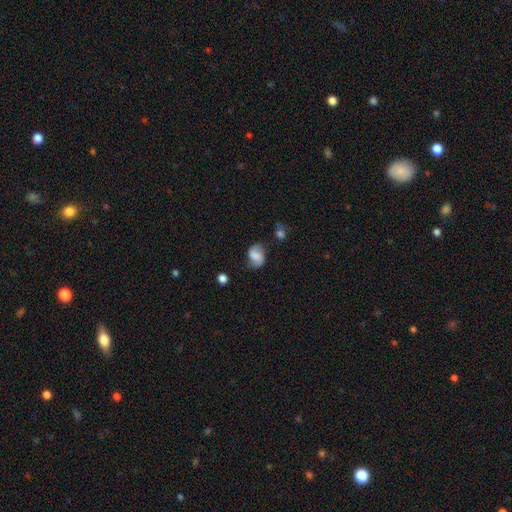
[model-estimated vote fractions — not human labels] smooth_or_featured: smooth (p=0.46) [alt: featured or disk p=0.44]
merging: none (p=0.67) [alt: minor disturbance p=0.22]